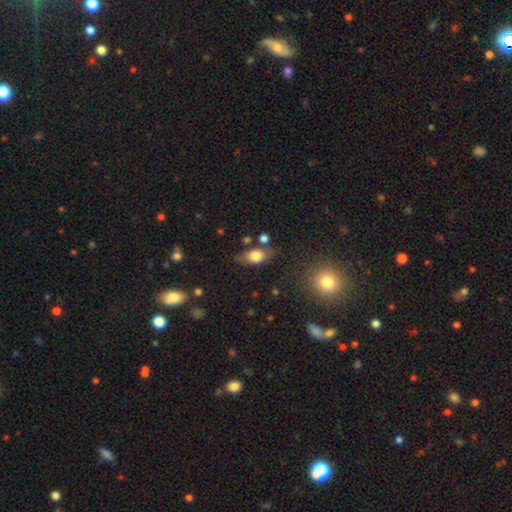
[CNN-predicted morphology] Q: Smooth or featured?
A: smooth (75%); runner-up: featured or disk (16%)
Q: How rounded?
A: in between (79%); runner-up: round (15%)
Q: Merging?
A: none (62%); runner-up: minor disturbance (23%)